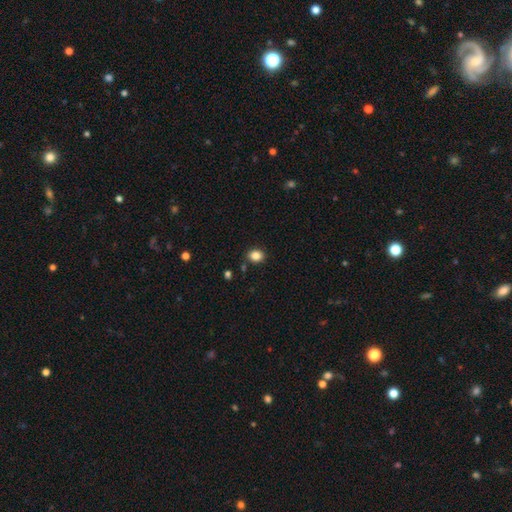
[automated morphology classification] Smooth or featured? smooth (85%)
How rounded? round (52%)
Merging? none (86%)